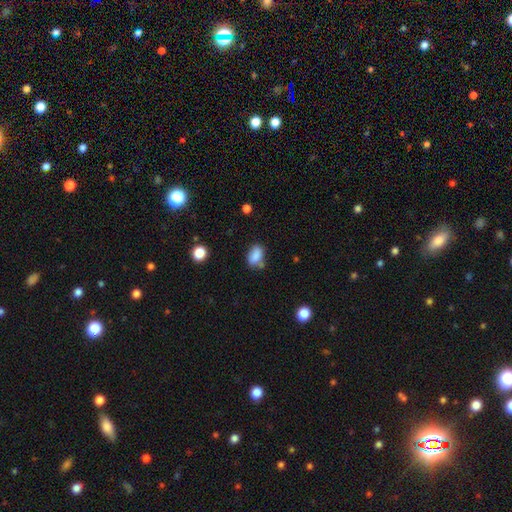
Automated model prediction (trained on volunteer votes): Overall: smooth (84%). How rounded: in between (85%). Merging: none (63%).